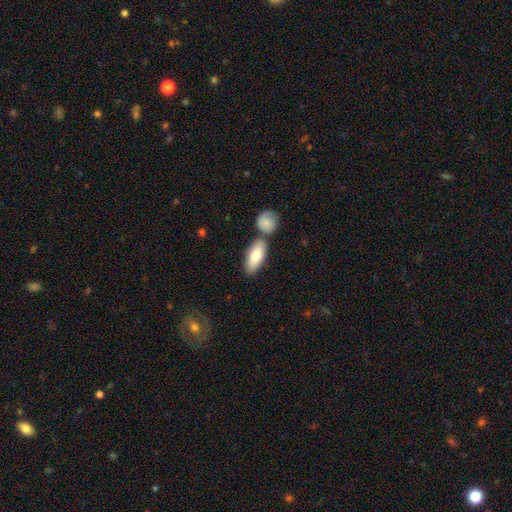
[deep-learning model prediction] A smooth galaxy with no disk features (81%) that is in between round and cigar-shaped (78%).

Vote fractions:
- Smooth or featured? smooth: 81% / featured or disk: 14% / star or artifact: 5%
- How rounded? in between: 78% / cigar-shaped: 19% / round: 3%
- Merging? none: 65% / merger: 20% / minor disturbance: 12% / major disturbance: 3%